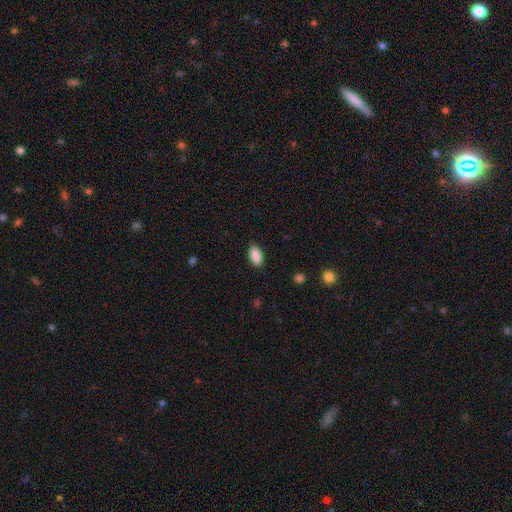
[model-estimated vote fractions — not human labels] Morphology: type=smooth (90%); roundness=in between (93%); merging=none (87%).